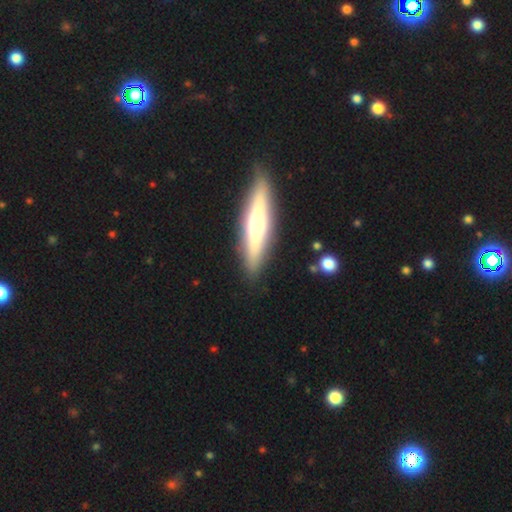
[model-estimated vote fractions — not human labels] Smooth or featured?
  - featured or disk: 54% *
  - smooth: 40%
  - star or artifact: 6%
Edge-on disk?
  - yes: 91% *
  - no: 9%
Merging?
  - none: 88% *
  - minor disturbance: 8%
  - major disturbance: 2%
  - merger: 2%